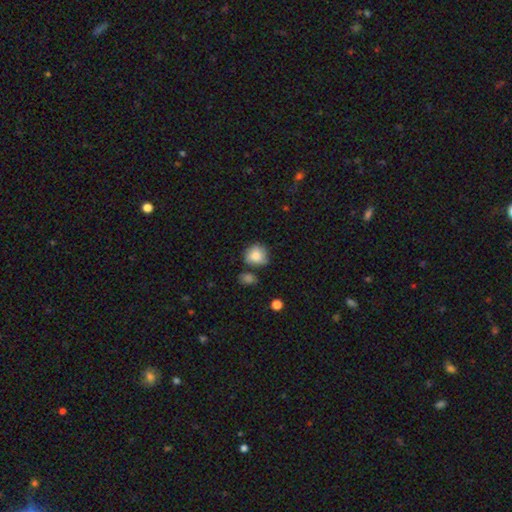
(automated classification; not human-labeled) This appears to be a smooth galaxy with no disk features (80%) that is round (80%). Merging: none (57%).